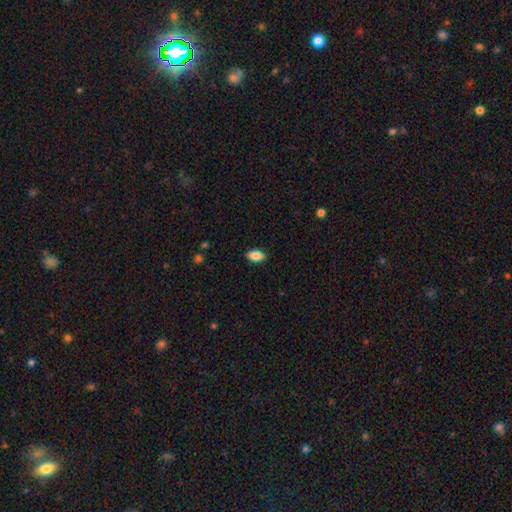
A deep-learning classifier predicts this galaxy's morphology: The model was most divided on "smooth or featured": smooth: 86%, star or artifact: 7%, featured or disk: 6%. More confident: how rounded — in between (91%); merging — none (88%).